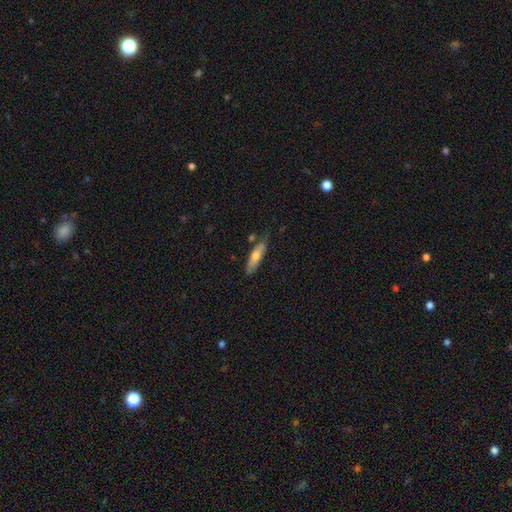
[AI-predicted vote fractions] smooth_or_featured: smooth (p=0.59) [alt: featured or disk p=0.34]
how_rounded: cigar-shaped (p=0.71) [alt: in between p=0.27]
merging: none (p=0.73) [alt: minor disturbance p=0.20]